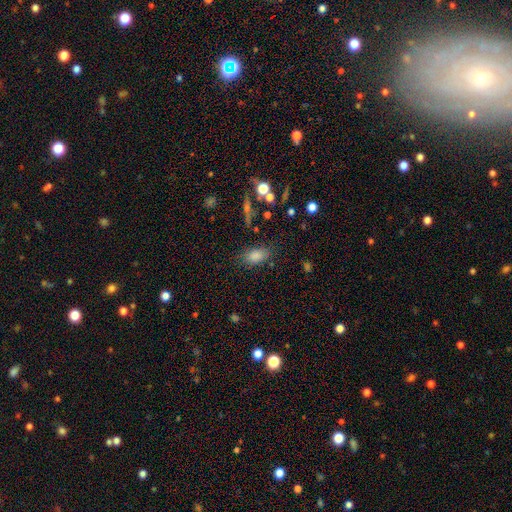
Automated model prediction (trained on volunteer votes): This appears to be a smooth galaxy with no disk features (82%) that is in between round and cigar-shaped (88%). Merging: none (77%).